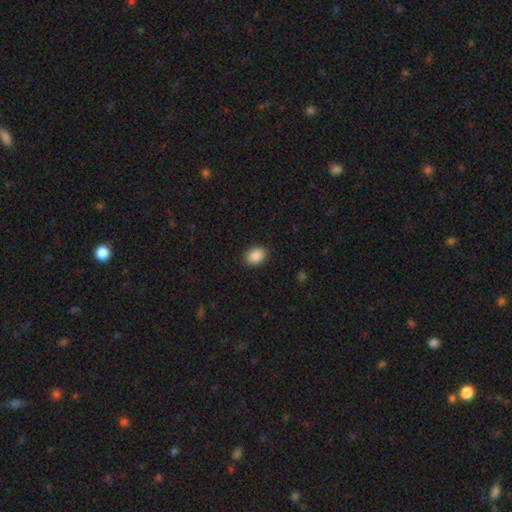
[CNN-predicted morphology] Smooth or featured? smooth (89%)
How rounded? in between (73%)
Merging? none (89%)